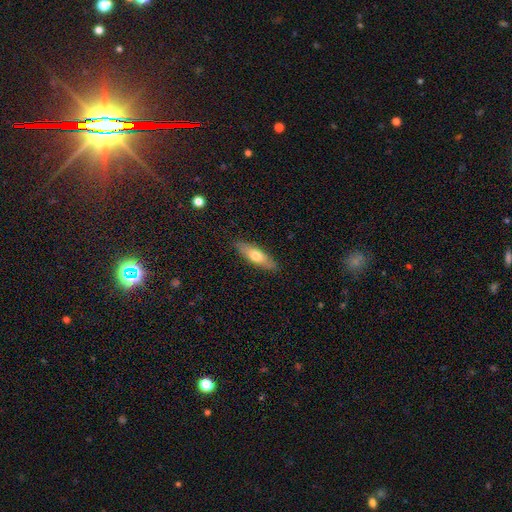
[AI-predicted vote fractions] Smooth or featured? smooth (64%)
How rounded? cigar-shaped (50%)
Merging? none (88%)